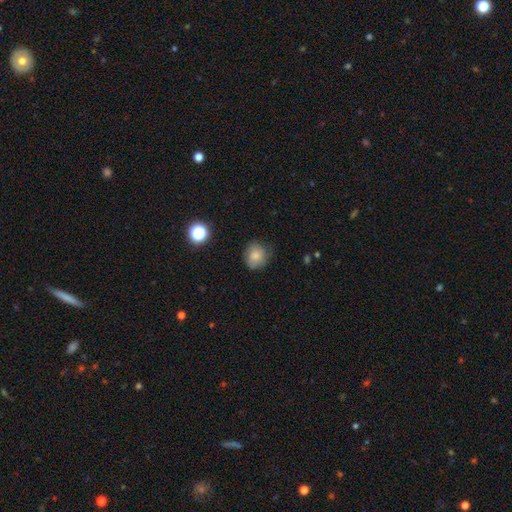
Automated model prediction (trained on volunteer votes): Smooth or featured?
  - smooth: 79% *
  - featured or disk: 11%
  - star or artifact: 10%
How rounded?
  - round: 75% *
  - in between: 24%
  - cigar-shaped: 1%
Merging?
  - none: 69% *
  - minor disturbance: 24%
  - major disturbance: 6%
  - merger: 2%